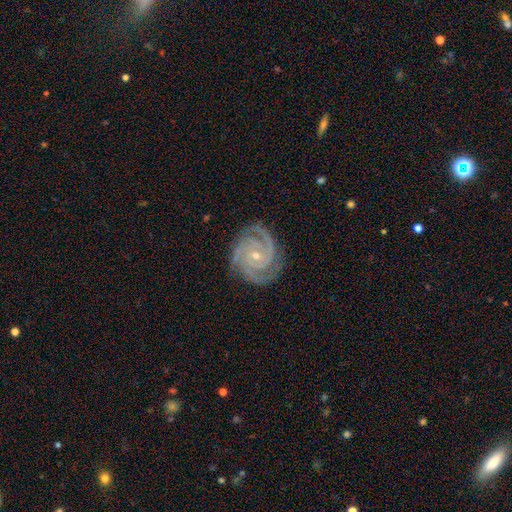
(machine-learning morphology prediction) smooth_or_featured: featured or disk (p=0.92) [alt: star or artifact p=0.04]
disk_edge_on: no (p=0.98) [alt: yes p=0.02]
bar: no (p=0.63) [alt: weak p=0.27]
has_spiral_arms: yes (p=0.99) [alt: no p=0.01]
spiral_winding: tight (p=0.75) [alt: medium p=0.23]
spiral_arm_count: 3 (p=0.51) [alt: 2 p=0.20]
bulge_size: small (p=0.70) [alt: moderate p=0.28]
merging: none (p=0.82) [alt: minor disturbance p=0.14]